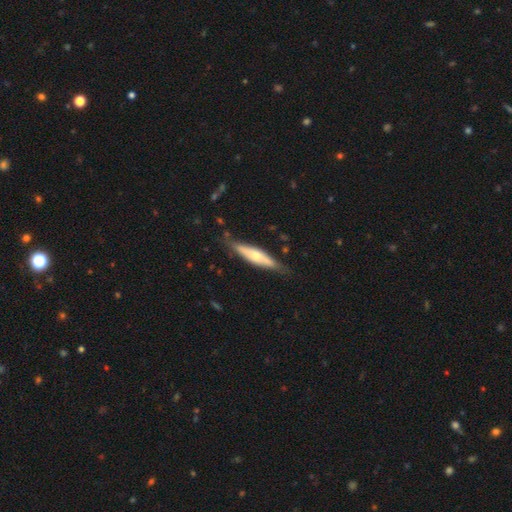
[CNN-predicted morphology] This appears to be a featured or disk galaxy (51%) viewed edge-on (82%). Merging: none (76%).